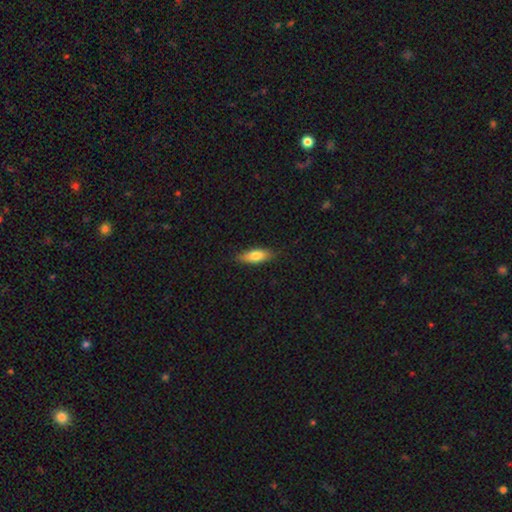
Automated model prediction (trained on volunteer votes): Smooth or featured? smooth (78%)
How rounded? in between (64%)
Merging? none (86%)